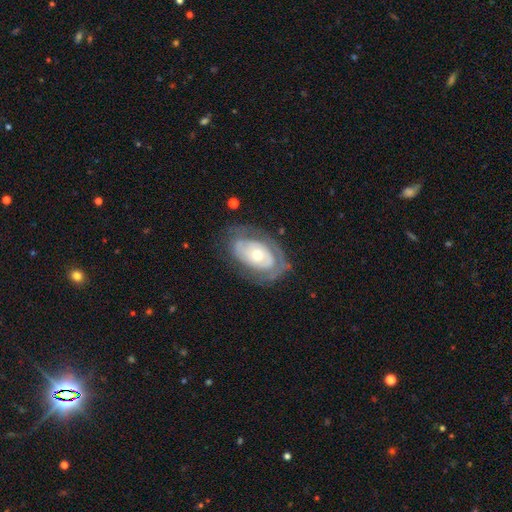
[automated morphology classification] A featured or disk galaxy (72%) with no bar (82%), spiral arms (59%) and a moderate central bulge (51%).

Vote fractions:
- Smooth or featured? featured or disk: 72% / smooth: 22% / star or artifact: 6%
- Edge-on disk? no: 94% / yes: 6%
- Bar? no: 82% / weak: 13% / strong: 5%
- Spiral arms? yes: 59% / no: 41%
- Bulge size? moderate: 51% / small: 42% / large: 5% / dominant: 1% / none: 1%
- Merging? none: 69% / minor disturbance: 19% / major disturbance: 11% / merger: 1%